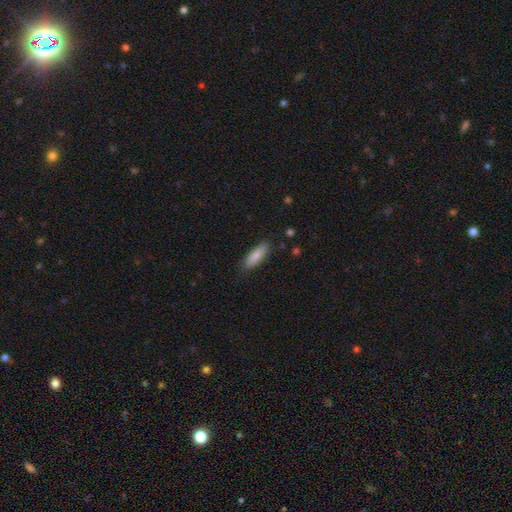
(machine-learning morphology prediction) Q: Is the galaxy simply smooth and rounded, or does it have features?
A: smooth — 81%.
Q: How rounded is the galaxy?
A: cigar-shaped — 54%.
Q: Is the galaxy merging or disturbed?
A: none — 85%.